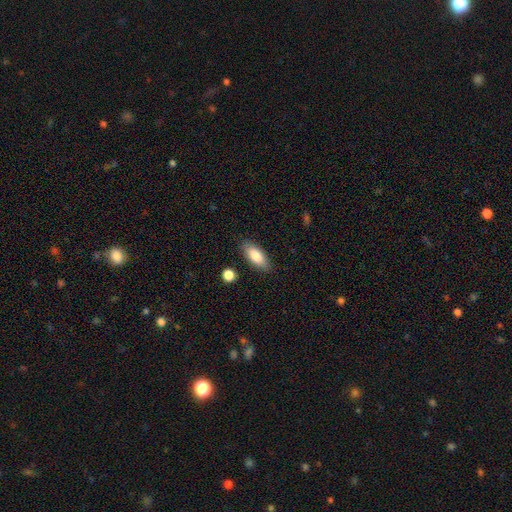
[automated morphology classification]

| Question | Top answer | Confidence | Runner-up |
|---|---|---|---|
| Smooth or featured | smooth | 84% | featured or disk (10%) |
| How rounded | in between | 82% | cigar-shaped (16%) |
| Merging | none | 86% | minor disturbance (10%) |